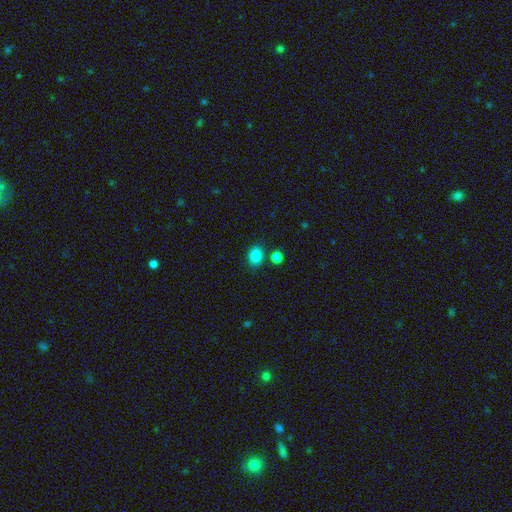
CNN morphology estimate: Smooth or featured? smooth (86%)
How rounded? in between (53%)
Merging? none (80%)